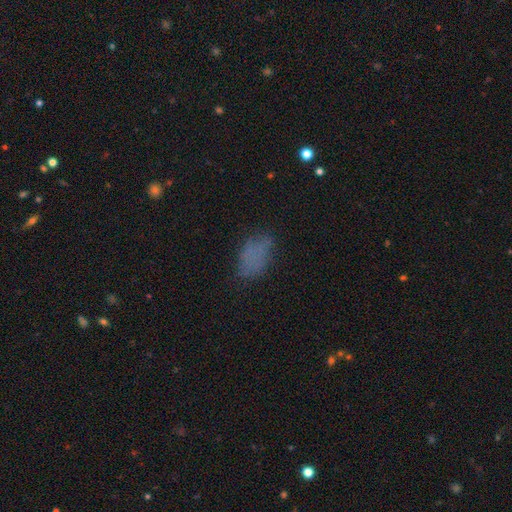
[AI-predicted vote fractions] This appears to be a smooth galaxy with no disk features (70%) that is in between round and cigar-shaped (90%). Merging: none (65%).